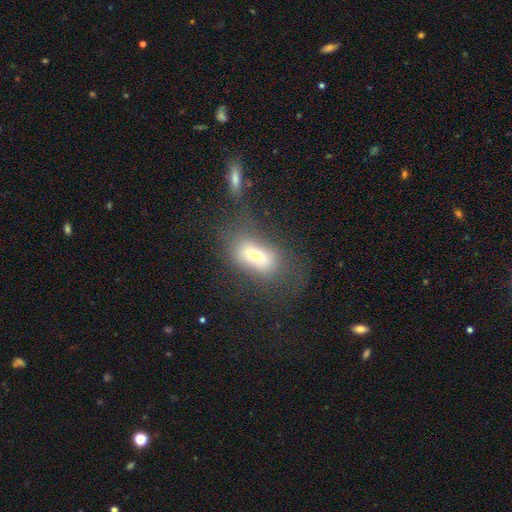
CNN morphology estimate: type=smooth (61%); roundness=in between (81%); merging=none (42%).